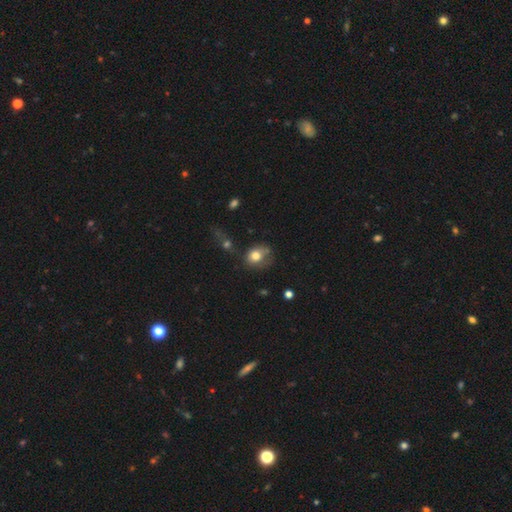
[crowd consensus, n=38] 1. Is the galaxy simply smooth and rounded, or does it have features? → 82% smooth, 13% featured or disk, 5% star or artifact.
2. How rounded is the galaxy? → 68% in between, 32% round, 0% cigar-shaped.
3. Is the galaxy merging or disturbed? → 47% none, 28% minor disturbance, 22% major disturbance, 3% merger.